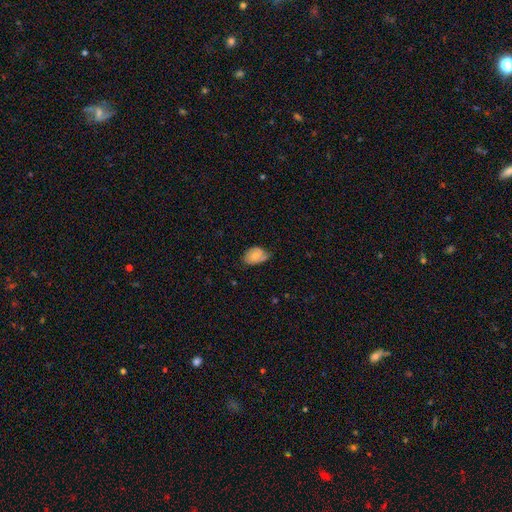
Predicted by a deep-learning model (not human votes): The model was most divided on "merging": none: 46%, minor disturbance: 40%, major disturbance: 12%, merger: 2%. More confident: how rounded — in between (83%); smooth or featured — smooth (61%).